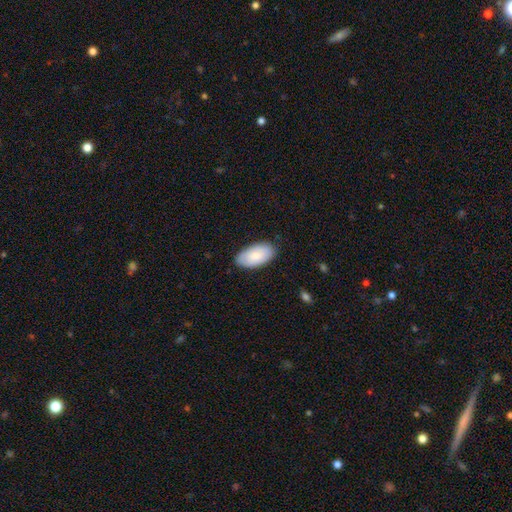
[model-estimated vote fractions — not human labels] smooth_or_featured: smooth (p=0.82) [alt: featured or disk p=0.12]
how_rounded: in between (p=0.96) [alt: round p=0.02]
merging: none (p=0.85) [alt: minor disturbance p=0.12]